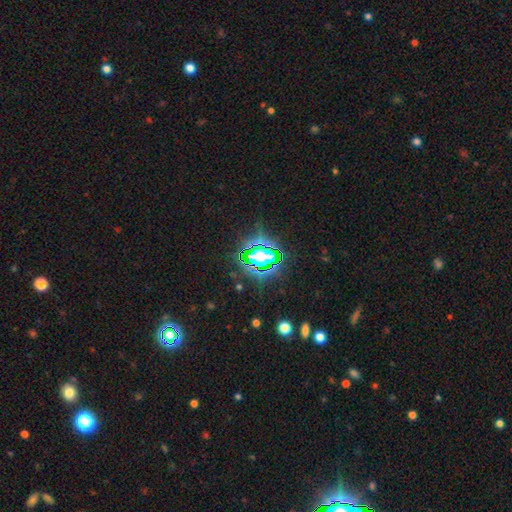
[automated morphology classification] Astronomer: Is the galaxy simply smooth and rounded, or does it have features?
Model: star or artifact — 81%.